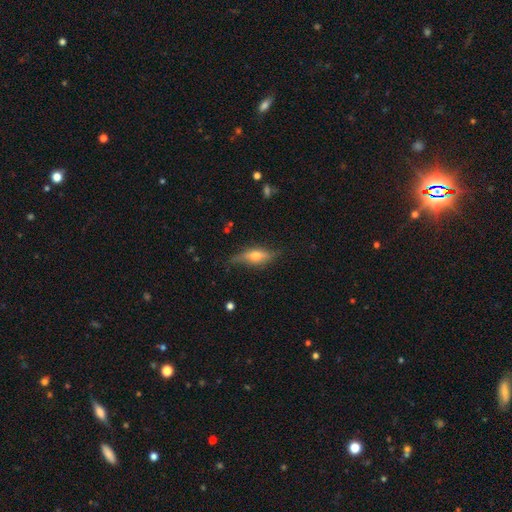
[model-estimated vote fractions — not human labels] Smooth or featured? featured or disk (57%)
Edge-on disk? yes (85%)
Merging? none (70%)